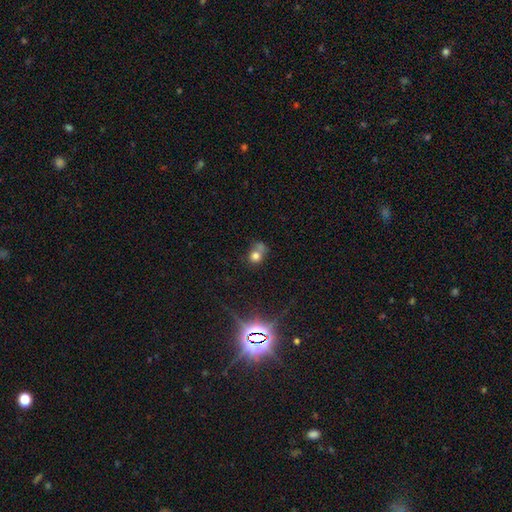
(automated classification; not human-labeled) smooth_or_featured: smooth (p=0.71) [alt: star or artifact p=0.16]
how_rounded: round (p=0.75) [alt: in between p=0.24]
merging: merger (p=0.41) [alt: none p=0.39]